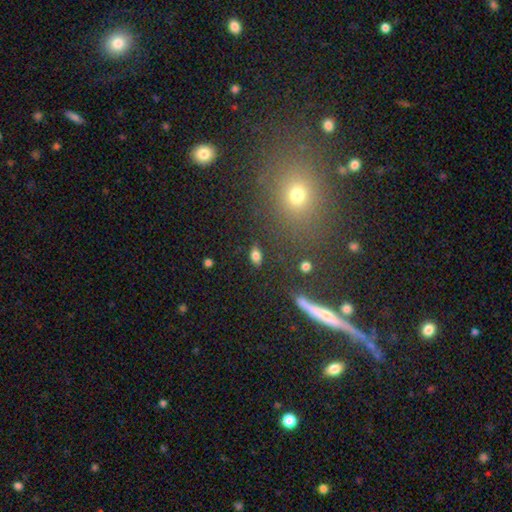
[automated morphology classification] Overall: smooth (78%). How rounded: in between (85%). Merging: none (83%).